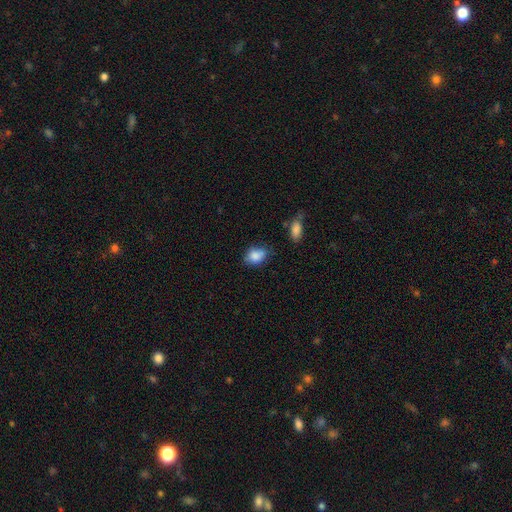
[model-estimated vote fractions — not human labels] smooth-or-featured: smooth: 84% | star or artifact: 9% | featured or disk: 8%
  how-rounded: in between: 69% | round: 29% | cigar-shaped: 2%
  merging: none: 60% | minor disturbance: 28% | major disturbance: 6% | merger: 6%